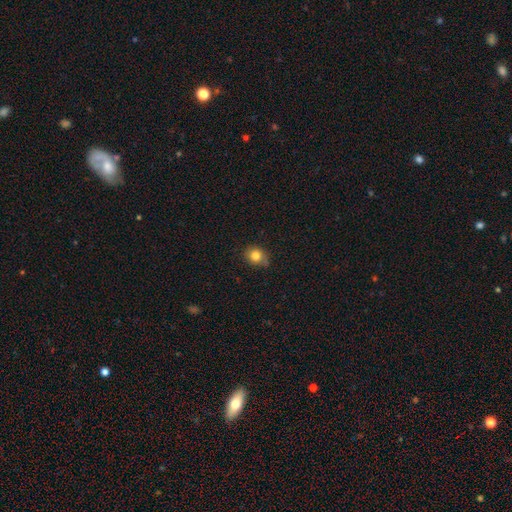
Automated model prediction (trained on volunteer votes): Q: Smooth or featured?
A: smooth (82%); runner-up: star or artifact (11%)
Q: How rounded?
A: round (76%); runner-up: in between (23%)
Q: Merging?
A: none (70%); runner-up: minor disturbance (22%)